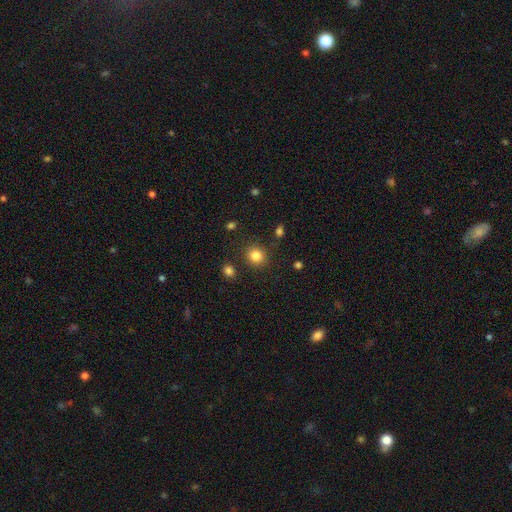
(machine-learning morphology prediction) Q: Smooth or featured?
A: smooth (84%); runner-up: star or artifact (11%)
Q: How rounded?
A: round (86%); runner-up: in between (14%)
Q: Merging?
A: none (86%); runner-up: minor disturbance (8%)